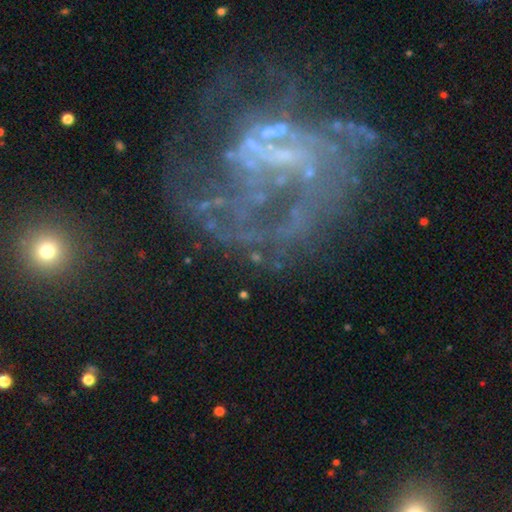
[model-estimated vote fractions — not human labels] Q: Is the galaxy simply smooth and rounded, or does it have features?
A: featured or disk — 74%.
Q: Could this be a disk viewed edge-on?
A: no — 97%.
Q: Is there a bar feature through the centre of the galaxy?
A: no — 52%.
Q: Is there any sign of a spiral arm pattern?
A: yes — 59%.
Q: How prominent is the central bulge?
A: none — 56%.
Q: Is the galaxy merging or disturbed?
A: major disturbance — 40%.